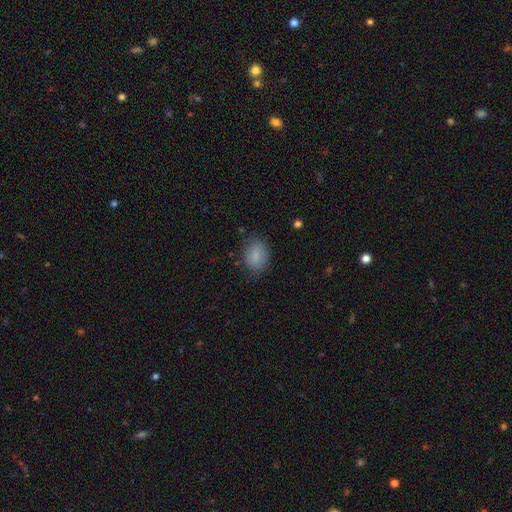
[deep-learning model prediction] Q: Smooth or featured?
A: smooth (85%); runner-up: star or artifact (8%)
Q: How rounded?
A: in between (72%); runner-up: round (27%)
Q: Merging?
A: none (78%); runner-up: minor disturbance (17%)